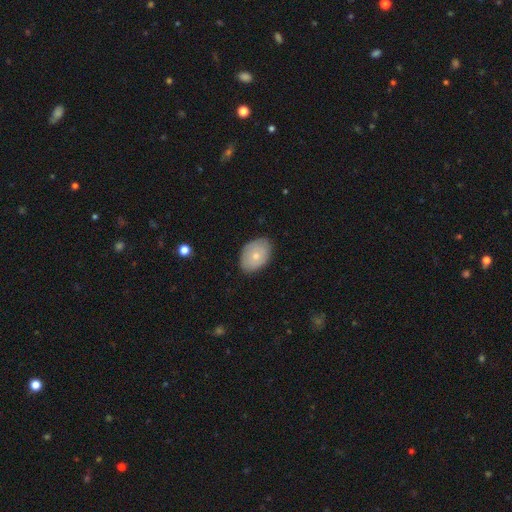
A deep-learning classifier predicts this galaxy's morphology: type=smooth (71%); roundness=in between (83%); merging=none (81%).